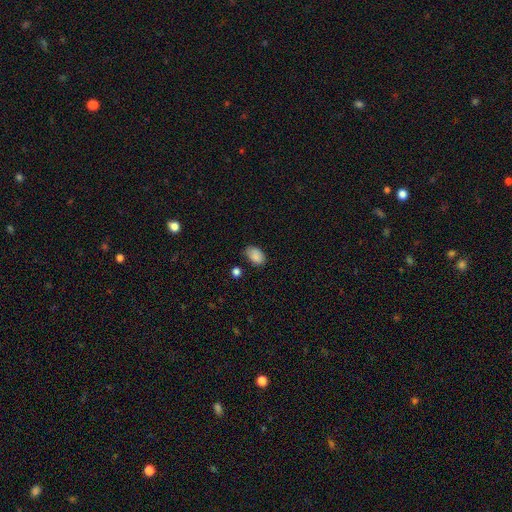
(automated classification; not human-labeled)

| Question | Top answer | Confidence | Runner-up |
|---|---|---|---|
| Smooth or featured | smooth | 86% | star or artifact (9%) |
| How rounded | in between | 88% | round (11%) |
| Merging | none | 68% | minor disturbance (24%) |